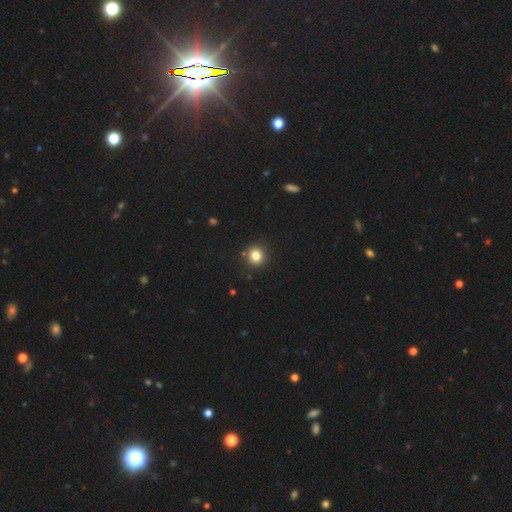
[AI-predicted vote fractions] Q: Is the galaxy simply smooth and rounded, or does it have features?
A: smooth — 83%.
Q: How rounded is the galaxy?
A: round — 88%.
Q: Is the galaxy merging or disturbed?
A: none — 88%.